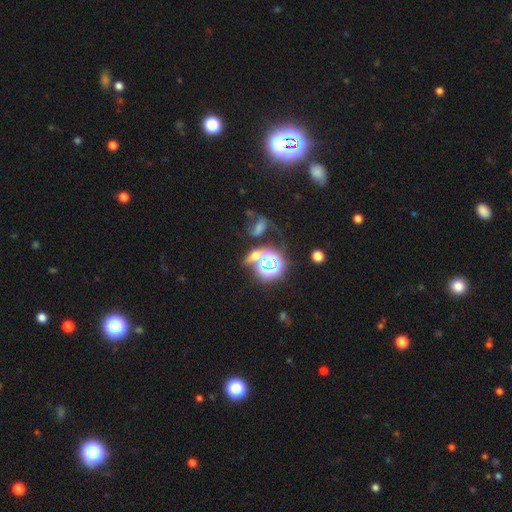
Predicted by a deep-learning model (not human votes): smooth_or_featured: star or artifact (p=0.43) [alt: smooth p=0.37]